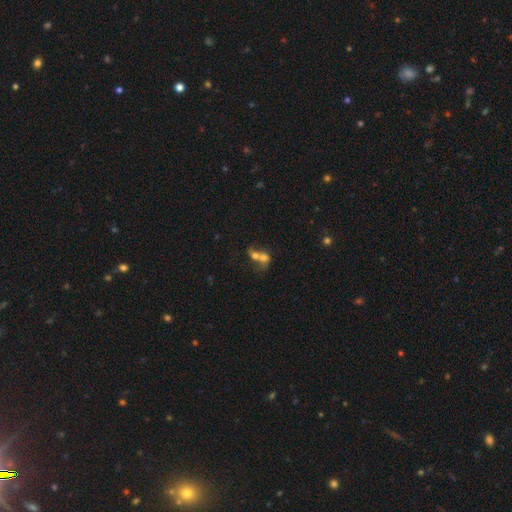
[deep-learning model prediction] Smooth or featured?
  - smooth: 56% *
  - featured or disk: 30%
  - star or artifact: 13%
How rounded?
  - in between: 50% *
  - round: 48%
  - cigar-shaped: 3%
Merging?
  - merger: 77% *
  - none: 12%
  - major disturbance: 6%
  - minor disturbance: 5%